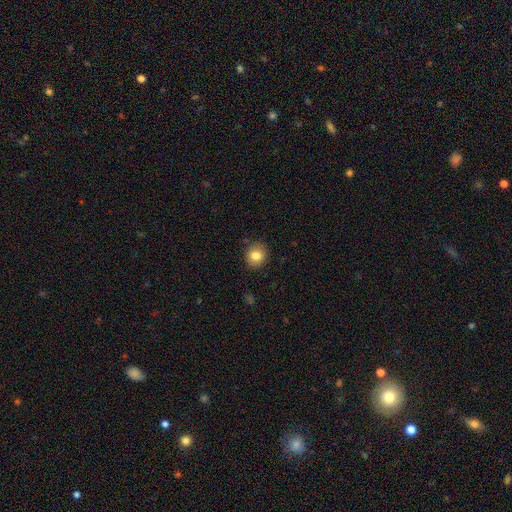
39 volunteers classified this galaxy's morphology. Smooth or featured? 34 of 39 (87%) said smooth. How rounded? 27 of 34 (79%) said round. Merging? 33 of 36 (92%) said none.